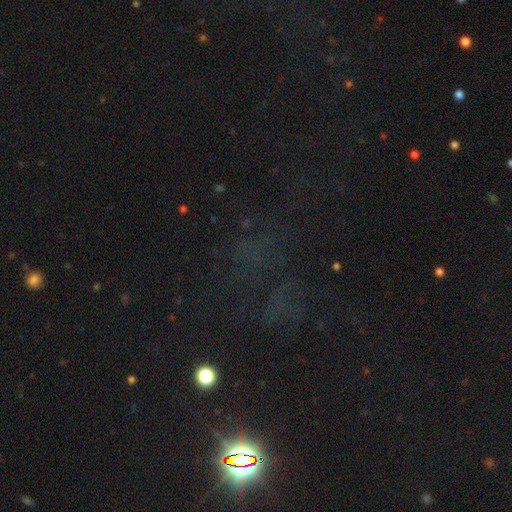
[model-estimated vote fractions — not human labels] Smooth or featured? star or artifact (68%)